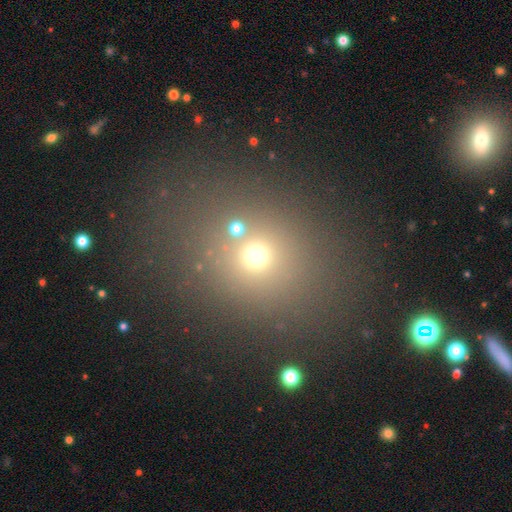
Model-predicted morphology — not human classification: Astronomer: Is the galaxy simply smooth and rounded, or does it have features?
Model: smooth — 66%.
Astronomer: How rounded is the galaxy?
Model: round — 77%.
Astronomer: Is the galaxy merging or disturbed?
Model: none — 75%.